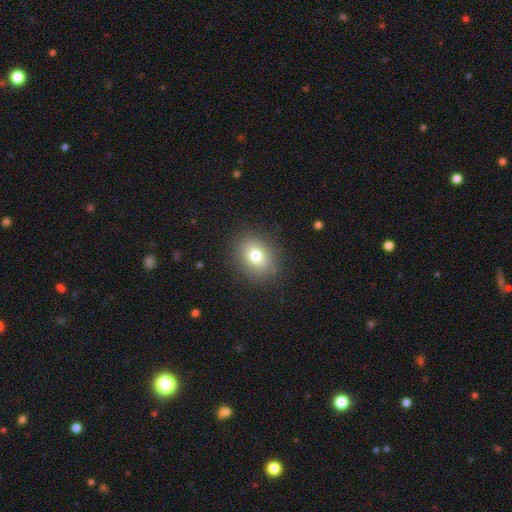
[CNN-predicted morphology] Smooth or featured: smooth — 77% (star or artifact — 12%)
How rounded: round — 55% (in between — 44%)
Merging: none — 87% (minor disturbance — 9%)